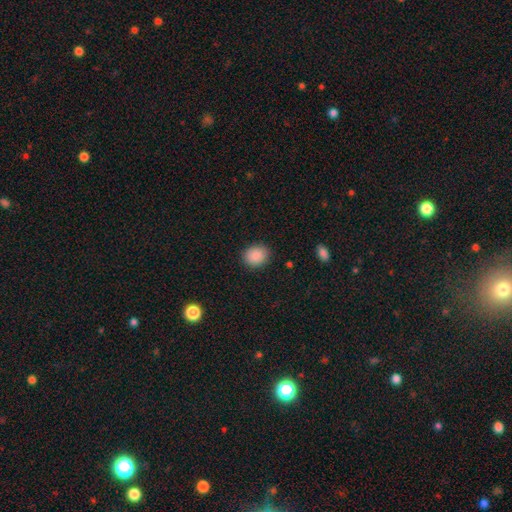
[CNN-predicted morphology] smooth 88%, star or artifact 8%, featured or disk 3%. Down the decision tree: how rounded — round (67%); merging — none (88%).